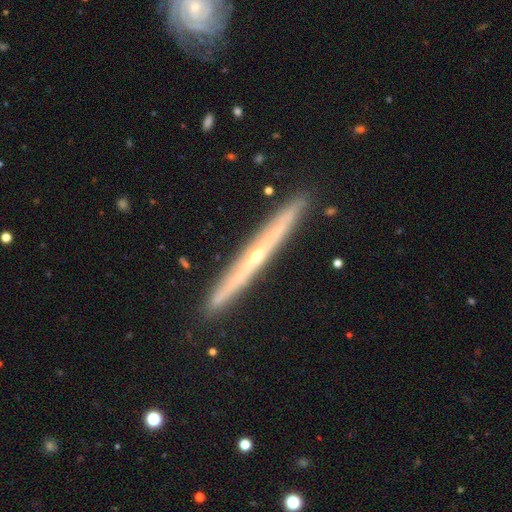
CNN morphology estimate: Smooth or featured: featured or disk — 77% (smooth — 17%)
Edge-on disk: yes — 97% (no — 3%)
Edge-on bulge: rounded — 68% (none — 29%)
Merging: none — 91% (minor disturbance — 6%)